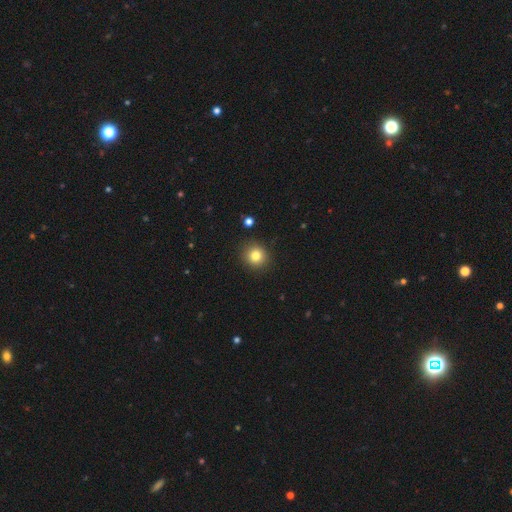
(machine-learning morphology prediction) A smooth galaxy with no disk features (81%) that is round (89%).

Vote fractions:
- Smooth or featured? smooth: 81% / star or artifact: 12% / featured or disk: 7%
- How rounded? round: 89% / in between: 10% / cigar-shaped: 1%
- Merging? none: 90% / minor disturbance: 6% / major disturbance: 2% / merger: 1%